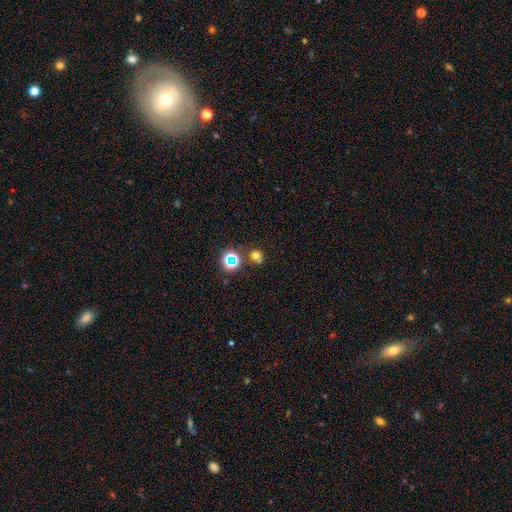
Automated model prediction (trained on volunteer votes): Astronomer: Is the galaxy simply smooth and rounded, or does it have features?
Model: smooth — 62%.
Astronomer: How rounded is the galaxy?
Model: round — 83%.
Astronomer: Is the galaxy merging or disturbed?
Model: none — 63%.